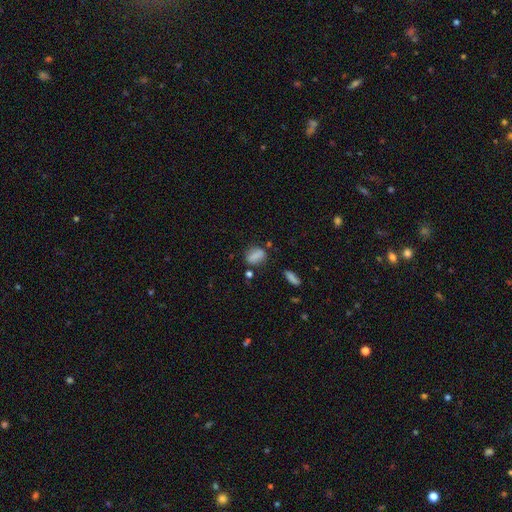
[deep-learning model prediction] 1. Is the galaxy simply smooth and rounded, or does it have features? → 79% smooth, 11% featured or disk, 10% star or artifact.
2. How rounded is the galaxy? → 70% in between, 22% round, 8% cigar-shaped.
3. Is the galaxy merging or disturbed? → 68% none, 19% minor disturbance, 7% merger, 6% major disturbance.